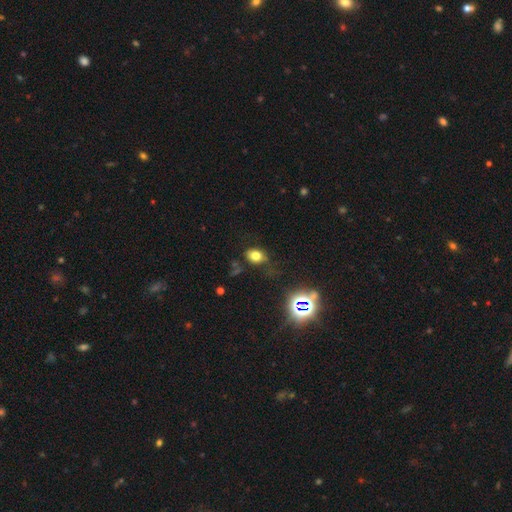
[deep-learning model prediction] This appears to be a smooth galaxy with no disk features (71%) that is in between round and cigar-shaped (64%). Merging: none (63%).